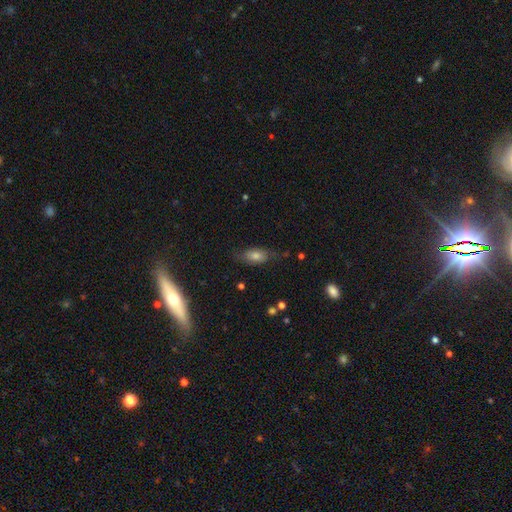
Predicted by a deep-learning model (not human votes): Q: Smooth or featured?
A: smooth (53%); runner-up: featured or disk (31%)
Q: How rounded?
A: in between (78%); runner-up: cigar-shaped (14%)
Q: Merging?
A: none (67%); runner-up: minor disturbance (23%)